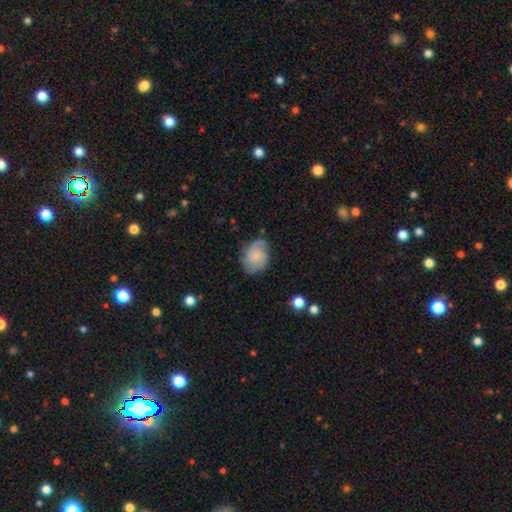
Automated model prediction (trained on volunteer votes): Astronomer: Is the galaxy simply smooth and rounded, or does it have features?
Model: featured or disk — 59%.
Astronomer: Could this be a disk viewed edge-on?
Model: no — 98%.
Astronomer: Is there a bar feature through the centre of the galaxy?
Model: no — 66%.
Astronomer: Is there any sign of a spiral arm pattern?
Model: yes — 92%.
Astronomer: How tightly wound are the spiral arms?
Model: medium — 46% (runner-up: tight, 35%).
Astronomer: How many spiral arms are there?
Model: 2 — 66%.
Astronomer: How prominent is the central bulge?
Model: small — 49% (runner-up: none, 27%).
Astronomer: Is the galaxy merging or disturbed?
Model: none — 68%.